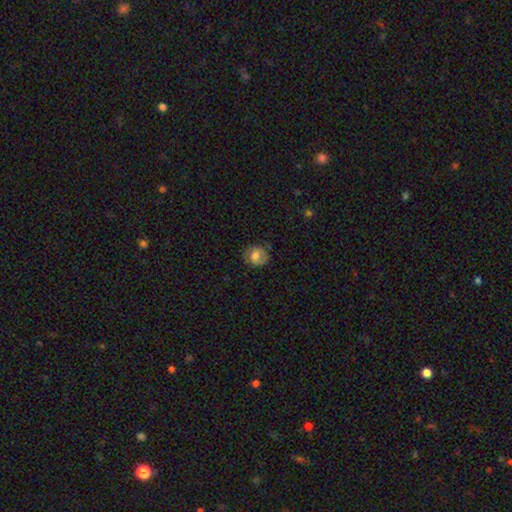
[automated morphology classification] A smooth galaxy with no disk features (62%) that is round (75%). Merging: none (72%).